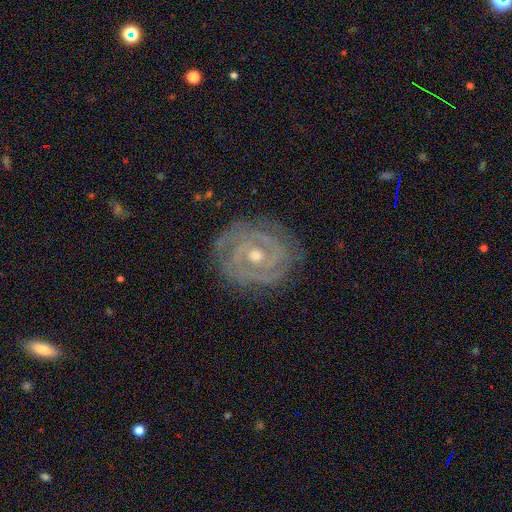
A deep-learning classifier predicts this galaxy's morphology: A featured or disk galaxy (89%) with no bar (58%), 2 (49%) tight (80%) spiral arms (96%) and a moderate central bulge (62%).

Vote fractions:
- Smooth or featured? featured or disk: 89% / smooth: 6% / star or artifact: 6%
- Edge-on disk? no: 97% / yes: 3%
- Bar? no: 58% / weak: 30% / strong: 12%
- Spiral arms? yes: 96% / no: 4%
- Spiral winding? tight: 80% / medium: 17% / loose: 3%
- Spiral arm count? 2: 49% / 3: 19% / can't tell: 17% / 4: 6% / 1: 5% / more than 4: 5%
- Bulge size? moderate: 62% / small: 34% / large: 2% / none: 1% / dominant: 1%
- Merging? none: 81% / minor disturbance: 14% / major disturbance: 4% / merger: 1%